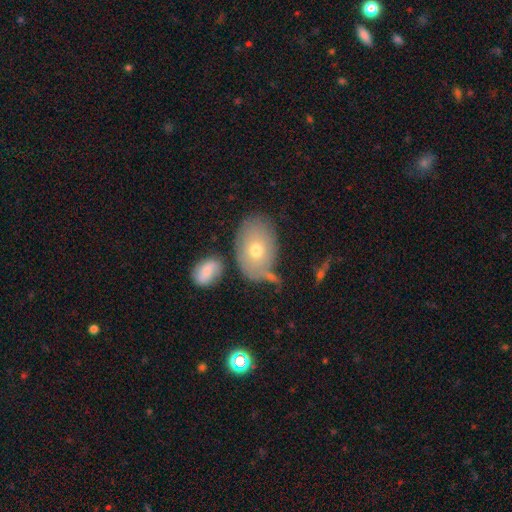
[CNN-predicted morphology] type=smooth (66%); roundness=in between (83%); merging=none (59%).